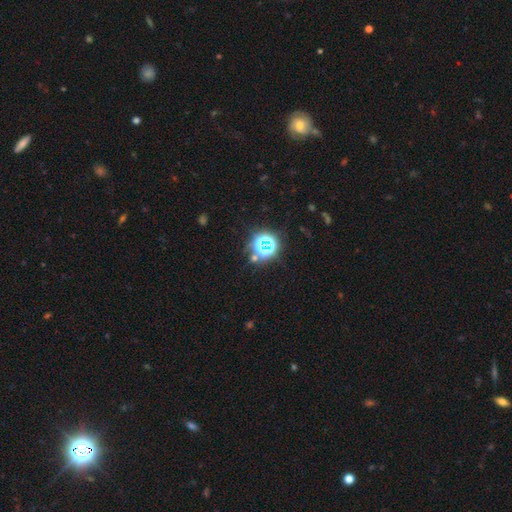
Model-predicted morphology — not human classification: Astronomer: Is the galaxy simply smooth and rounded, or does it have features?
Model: star or artifact — 72%.